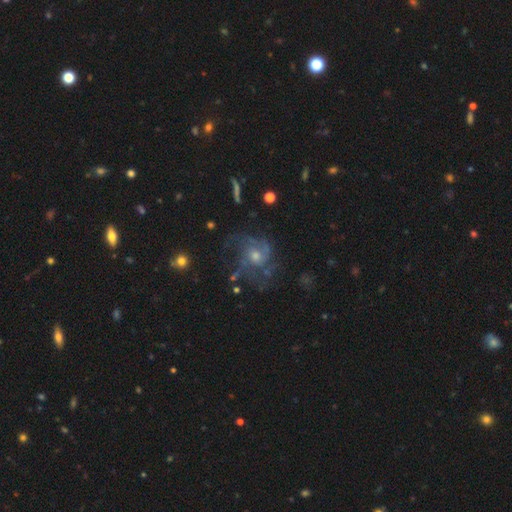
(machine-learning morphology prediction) Overall: featured or disk (74%). Edge-on disk: no (97%). Bar: no (77%). Spiral arms: yes (88%). Spiral arm count: can't tell (31%; 3 27%). Spiral winding: medium (46%; tight 32%). Bulge size: moderate (56%; small 35%). Merging: none (60%).